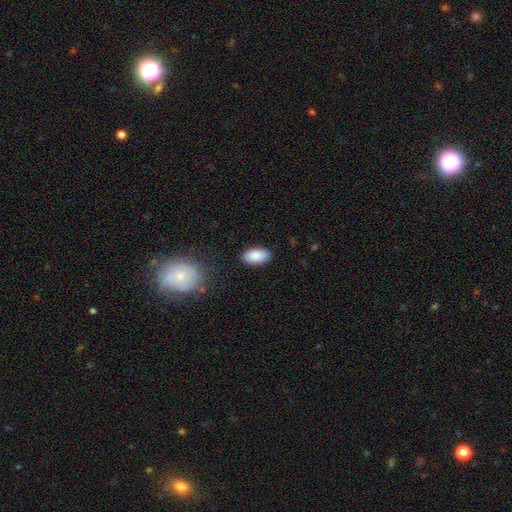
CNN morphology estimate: A smooth galaxy with no disk features (88%) that is in between round and cigar-shaped (94%).

Vote fractions:
- Smooth or featured? smooth: 88% / star or artifact: 7% / featured or disk: 6%
- How rounded? in between: 94% / round: 3% / cigar-shaped: 2%
- Merging? none: 87% / minor disturbance: 10% / major disturbance: 2% / merger: 1%